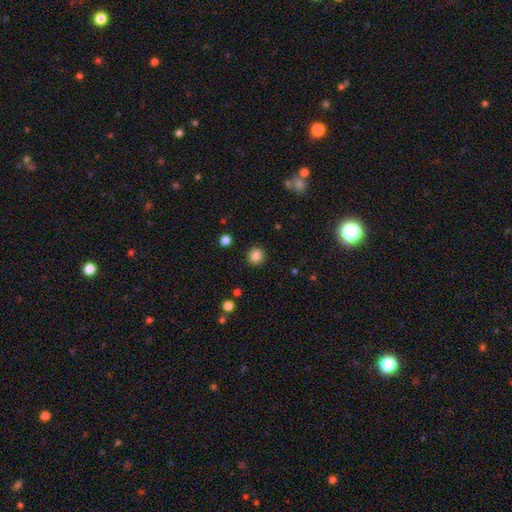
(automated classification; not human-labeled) This appears to be a smooth galaxy with no disk features (85%) that is round (87%). Merging: none (90%).